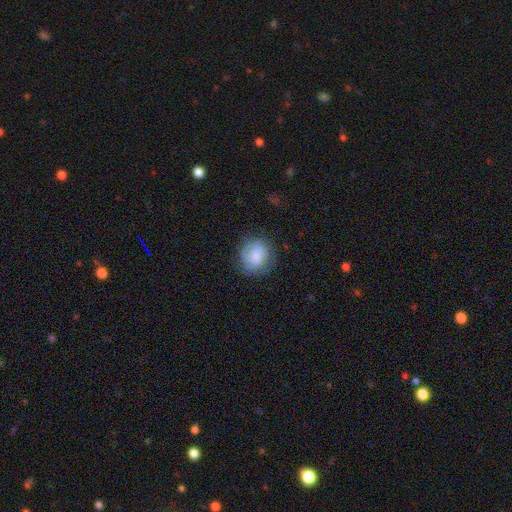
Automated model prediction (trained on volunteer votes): Smooth or featured: smooth — 76% (featured or disk — 16%)
How rounded: round — 81% (in between — 18%)
Merging: none — 75% (minor disturbance — 18%)